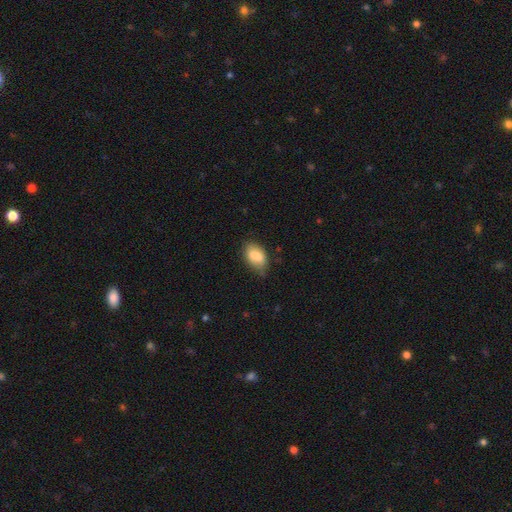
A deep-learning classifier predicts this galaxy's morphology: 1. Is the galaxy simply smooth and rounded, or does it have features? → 82% smooth, 11% featured or disk, 7% star or artifact.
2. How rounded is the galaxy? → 90% in between, 7% round, 2% cigar-shaped.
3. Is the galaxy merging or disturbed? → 65% none, 29% minor disturbance, 5% major disturbance, 1% merger.